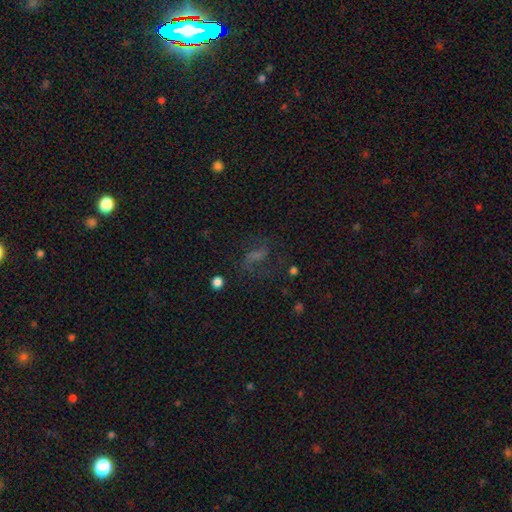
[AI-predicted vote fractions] The model was most divided on "smooth or featured": featured or disk: 46%, star or artifact: 32%, smooth: 22%. More confident: merging — none (65%).